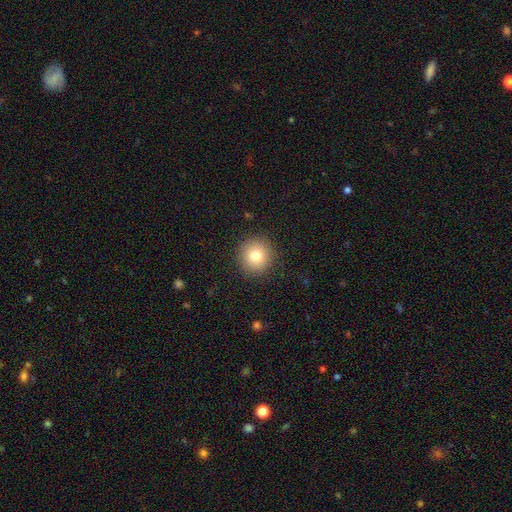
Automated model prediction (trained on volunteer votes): Smooth or featured? Predicted: smooth (p=0.79). How rounded? Predicted: round (p=0.92). Merging? Predicted: none (p=0.90).